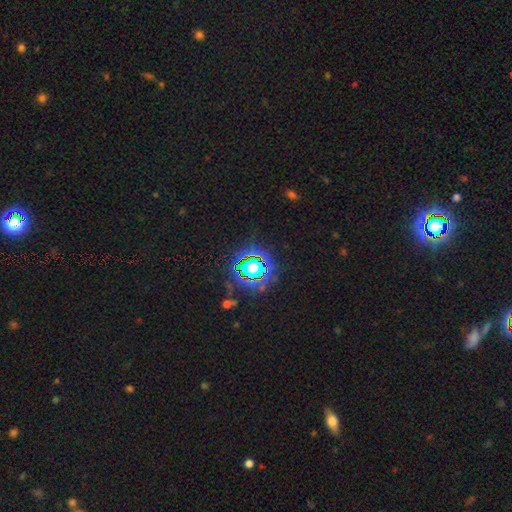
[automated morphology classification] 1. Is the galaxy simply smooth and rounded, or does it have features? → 81% star or artifact, 12% smooth, 7% featured or disk.